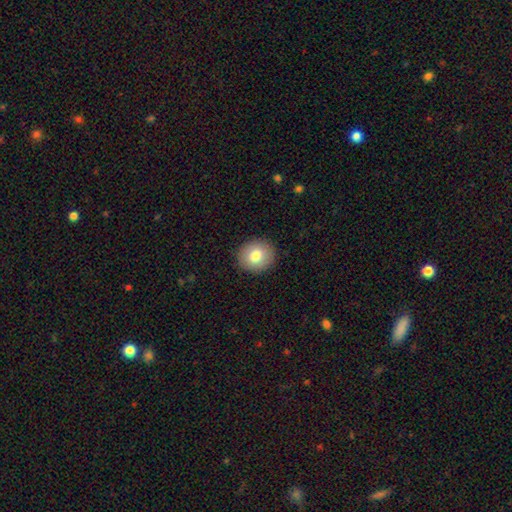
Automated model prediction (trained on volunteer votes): A smooth galaxy with no disk features (79%) that is round (80%).

Vote fractions:
- Smooth or featured? smooth: 79% / featured or disk: 12% / star or artifact: 9%
- How rounded? round: 80% / in between: 19% / cigar-shaped: 1%
- Merging? none: 91% / minor disturbance: 6% / major disturbance: 2% / merger: 1%